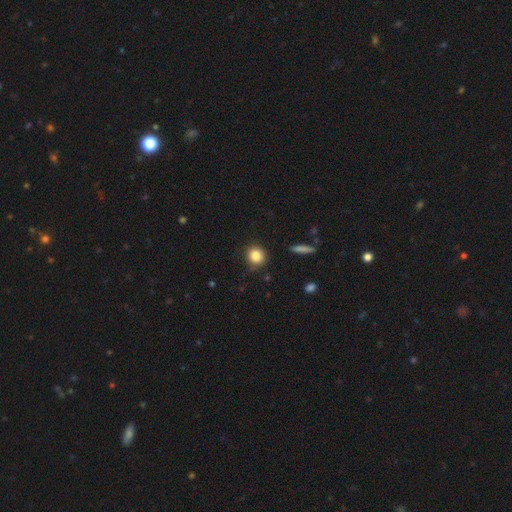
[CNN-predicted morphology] Smooth or featured? Predicted: smooth (p=0.86). How rounded? Predicted: round (p=0.85). Merging? Predicted: none (p=0.85).